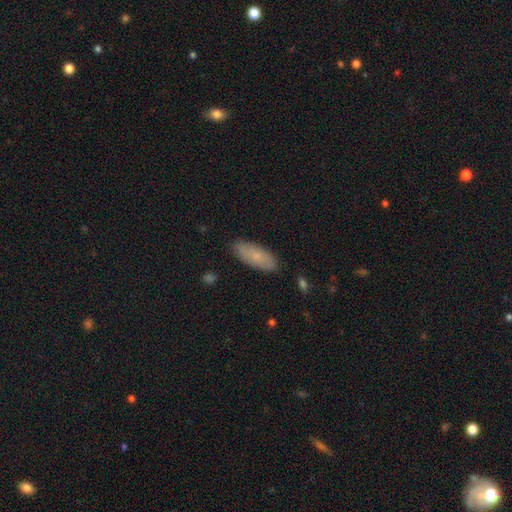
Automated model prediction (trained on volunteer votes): Smooth or featured? Predicted: smooth (p=0.77). How rounded? Predicted: in between (p=0.78). Merging? Predicted: none (p=0.87).